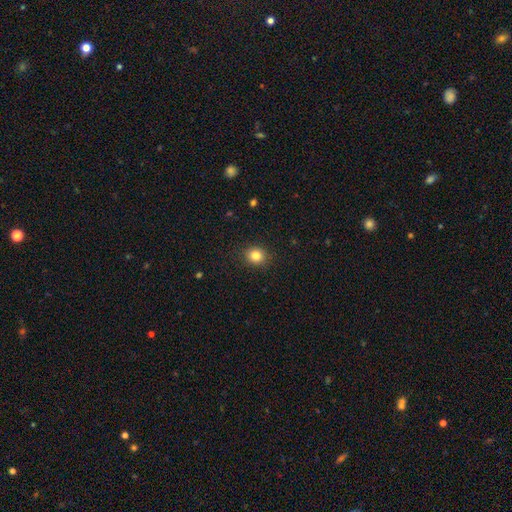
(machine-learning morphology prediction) A smooth galaxy with no disk features (83%) that is round (79%). Merging: none (89%).